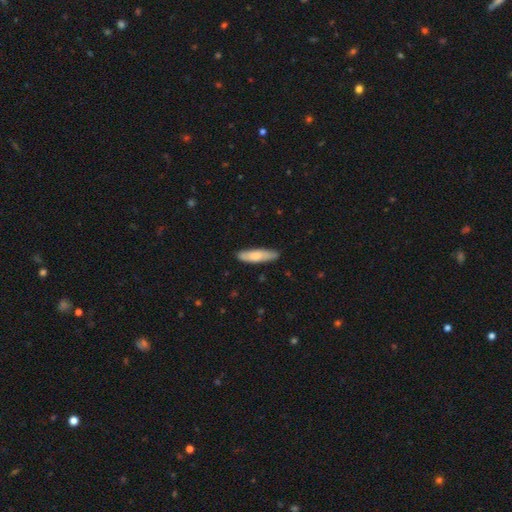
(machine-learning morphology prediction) The model was most divided on "how rounded": cigar-shaped: 69%, in between: 30%, round: 1%. More confident: merging — none (85%); smooth or featured — smooth (75%).